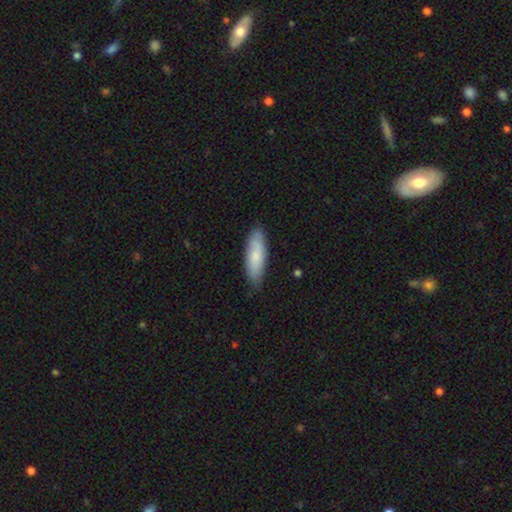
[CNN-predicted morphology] A smooth galaxy with no disk features (74%) that is in between round and cigar-shaped (56%).

Vote fractions:
- Smooth or featured? smooth: 74% / featured or disk: 20% / star or artifact: 5%
- How rounded? in between: 56% / cigar-shaped: 42% / round: 2%
- Merging? none: 78% / minor disturbance: 18% / major disturbance: 2% / merger: 1%